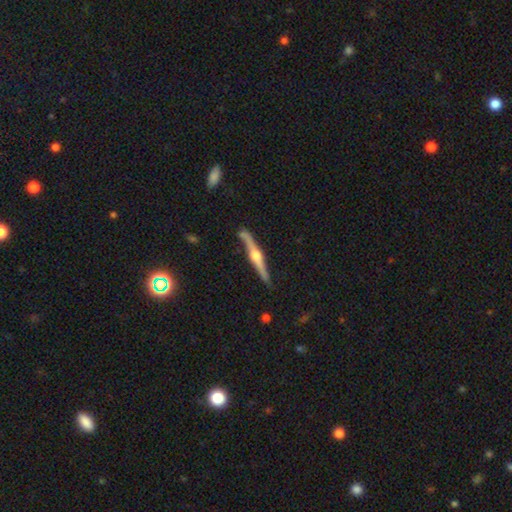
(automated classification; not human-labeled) This appears to be a featured or disk galaxy (83%) viewed edge-on (98%) with a rounded central bulge (94%). Merging: none (85%).